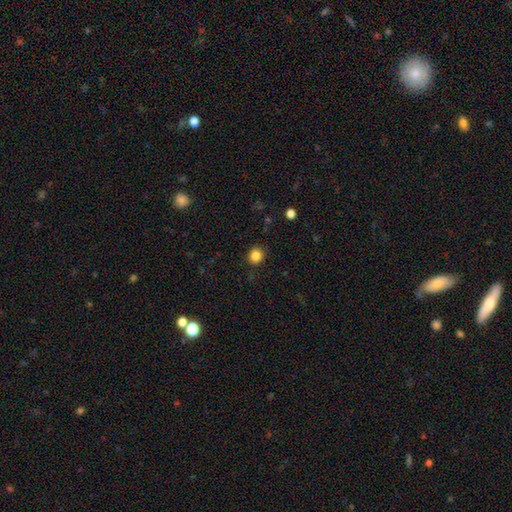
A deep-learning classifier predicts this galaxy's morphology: The model was most divided on "smooth or featured": smooth: 85%, star or artifact: 11%, featured or disk: 4%. More confident: merging — none (89%); how rounded — round (86%).